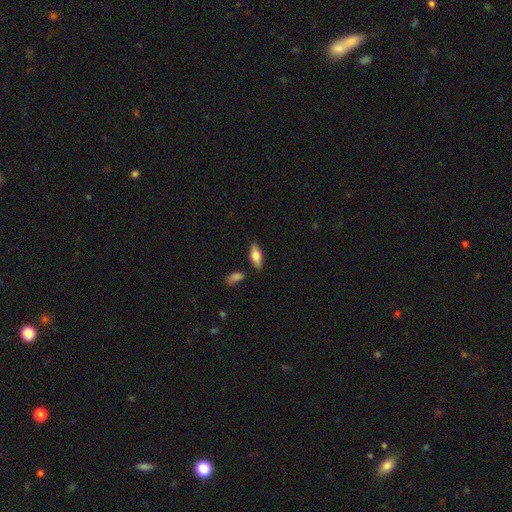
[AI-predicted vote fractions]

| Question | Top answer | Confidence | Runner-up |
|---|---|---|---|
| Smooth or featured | smooth | 70% | featured or disk (24%) |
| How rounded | in between | 77% | cigar-shaped (21%) |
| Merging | none | 84% | minor disturbance (10%) |